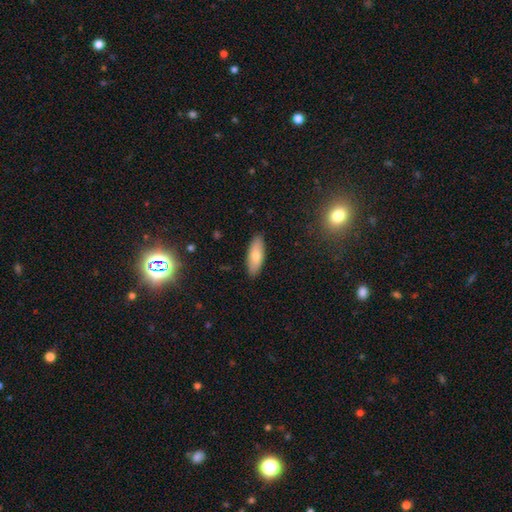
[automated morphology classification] A smooth galaxy with no disk features (76%) that is in between round and cigar-shaped (72%). Merging: none (89%).